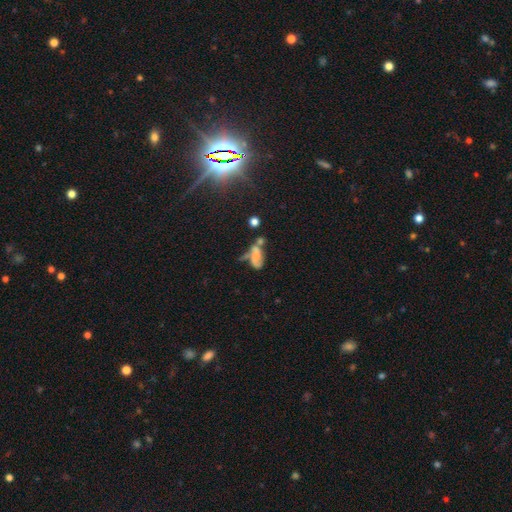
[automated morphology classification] Smooth or featured: featured or disk — 52% (smooth — 35%)
Edge-on disk: no — 93% (yes — 7%)
Merging: merger — 33% (none — 24%)